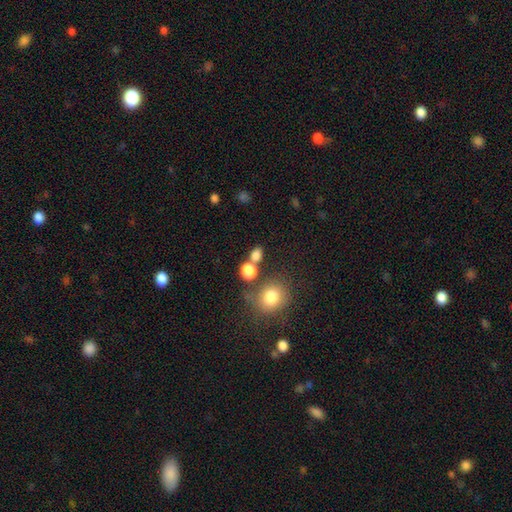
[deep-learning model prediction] This appears to be a smooth galaxy with no disk features (79%) that is in between round and cigar-shaped (50%). Merging: none (61%).